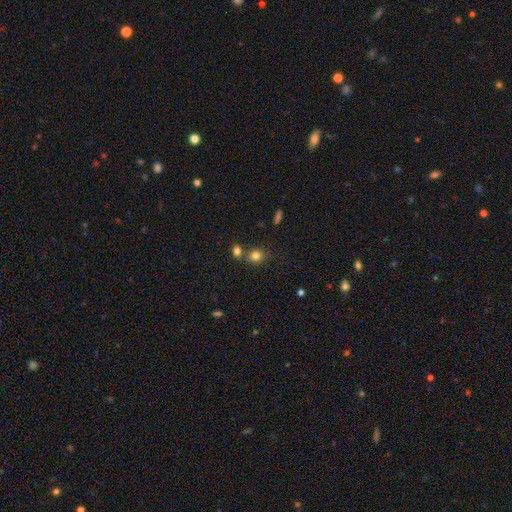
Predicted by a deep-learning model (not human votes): Smooth or featured?
  - smooth: 80% *
  - star or artifact: 12%
  - featured or disk: 8%
How rounded?
  - round: 69% *
  - in between: 30%
  - cigar-shaped: 1%
Merging?
  - none: 62% *
  - merger: 24%
  - minor disturbance: 11%
  - major disturbance: 4%